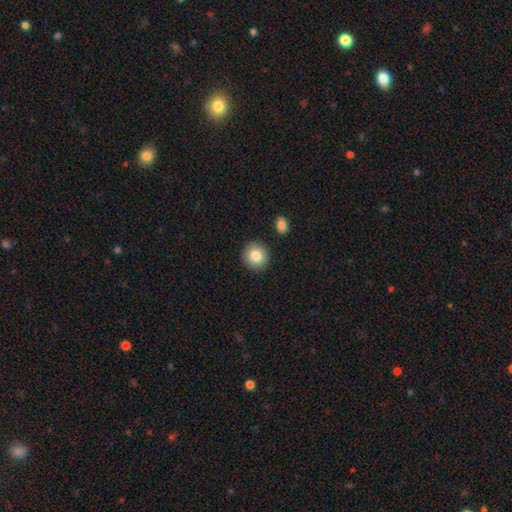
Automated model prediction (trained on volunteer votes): smooth_or_featured: smooth (p=0.84) [alt: star or artifact p=0.08]
how_rounded: round (p=0.91) [alt: in between p=0.08]
merging: none (p=0.90) [alt: minor disturbance p=0.06]